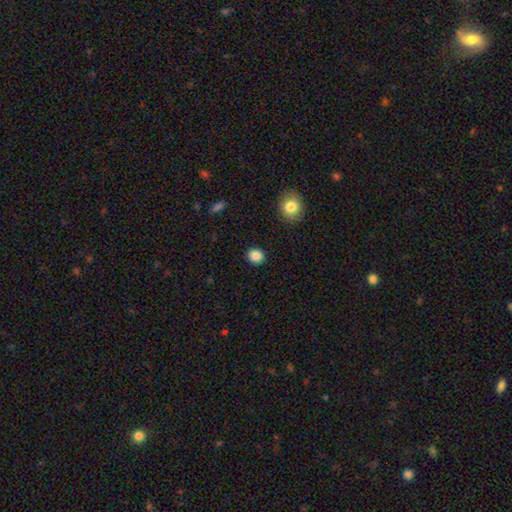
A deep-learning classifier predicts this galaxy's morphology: A smooth galaxy with no disk features (87%) that is round (76%). Merging: none (91%).